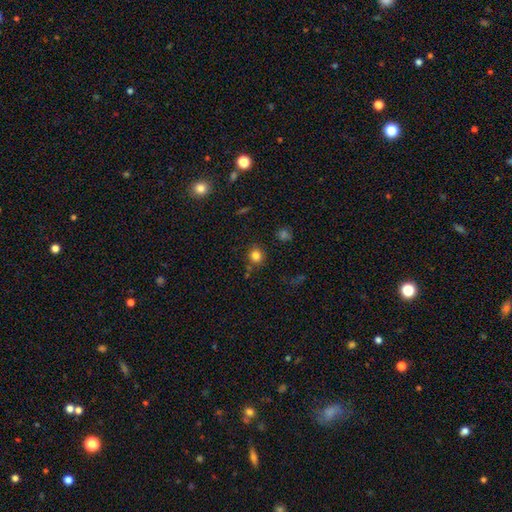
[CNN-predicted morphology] Q: Smooth or featured?
A: smooth (81%); runner-up: star or artifact (13%)
Q: How rounded?
A: round (88%); runner-up: in between (11%)
Q: Merging?
A: none (83%); runner-up: minor disturbance (10%)